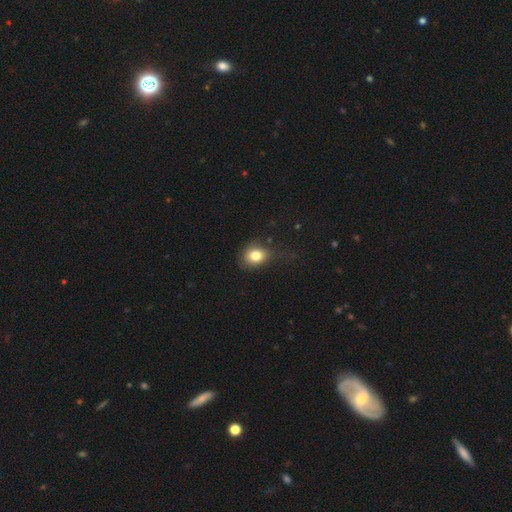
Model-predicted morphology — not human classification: Overall: smooth (80%). How rounded: in between (51%; round 48%). Merging: none (52%; minor disturbance 30%).